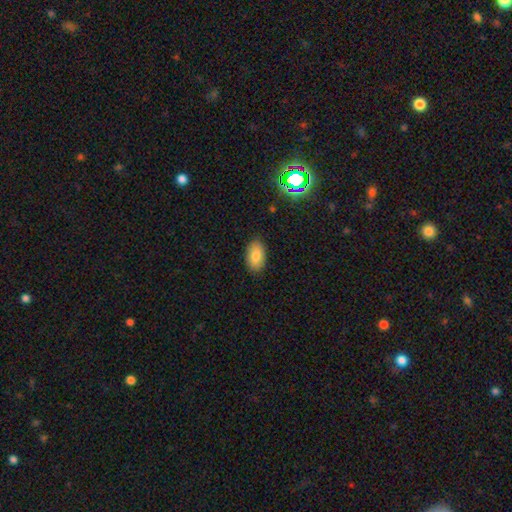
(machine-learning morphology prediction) smooth 83%, star or artifact 9%, featured or disk 9%. Down the decision tree: how rounded — in between (92%); merging — none (87%).